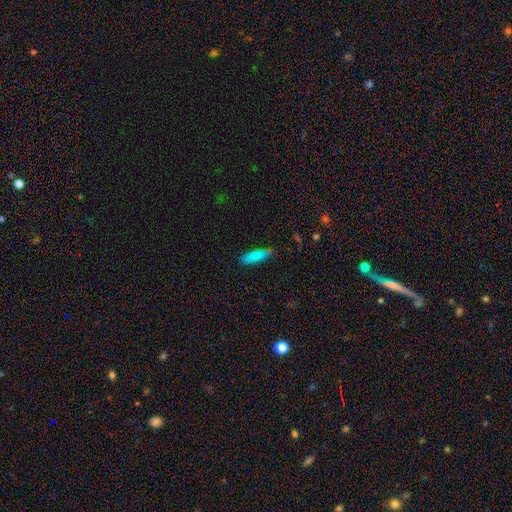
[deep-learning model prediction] Morphology: type=smooth (82%); roundness=cigar-shaped (59%); merging=none (74%).